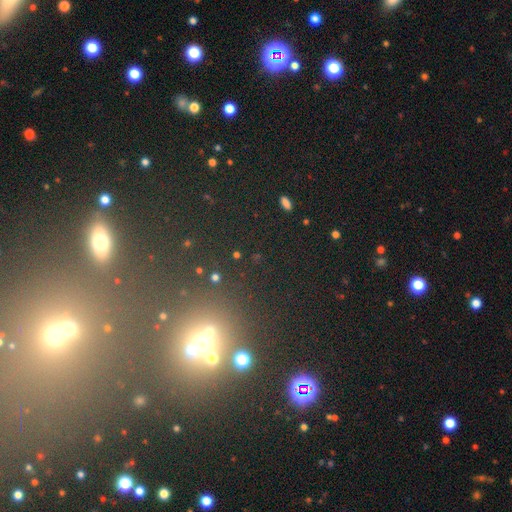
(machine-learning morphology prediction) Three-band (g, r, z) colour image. It shows a star or artifact, not a galaxy (71%).